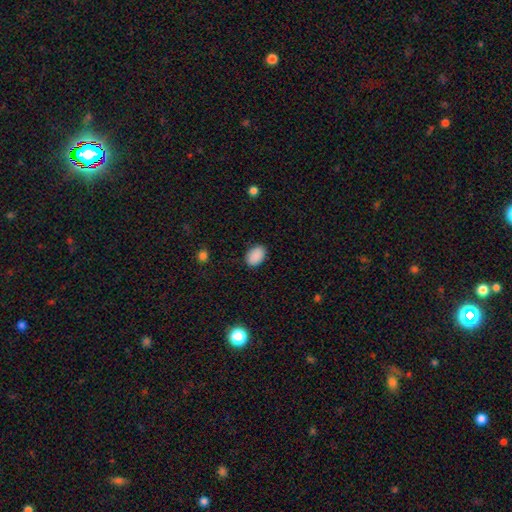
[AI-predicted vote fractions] Q: Smooth or featured?
A: smooth (90%); runner-up: star or artifact (8%)
Q: How rounded?
A: in between (87%); runner-up: round (12%)
Q: Merging?
A: none (89%); runner-up: minor disturbance (8%)